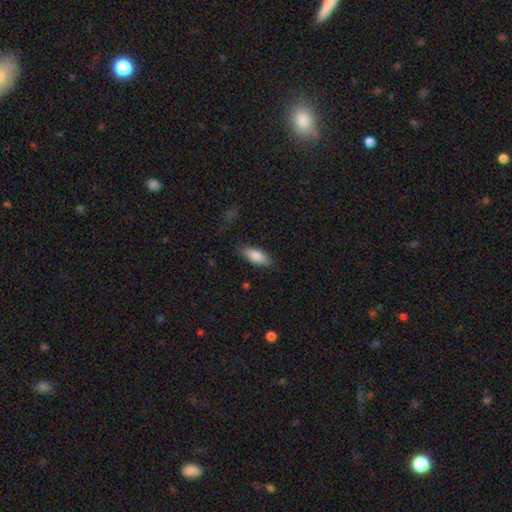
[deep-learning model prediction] smooth 83%, featured or disk 11%, star or artifact 6%. Down the decision tree: how rounded — in between (75%); merging — none (82%).